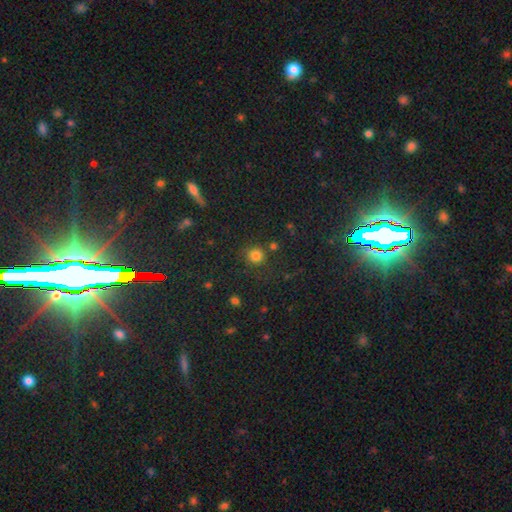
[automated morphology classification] This appears to be a smooth galaxy with no disk features (79%) that is round (91%). Merging: none (79%).